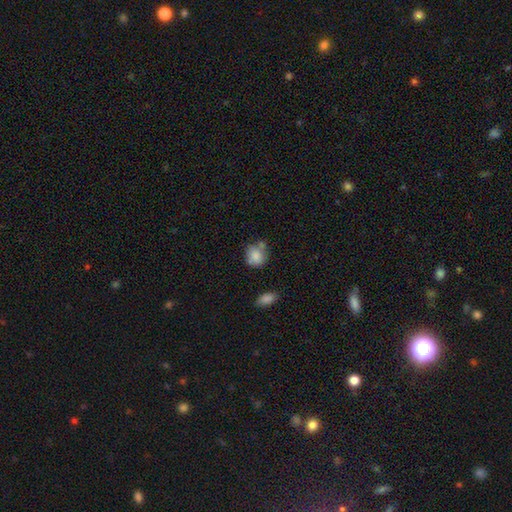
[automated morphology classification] smooth 81%, featured or disk 11%, star or artifact 8%. Down the decision tree: how rounded — round (70%); merging — none (52%).